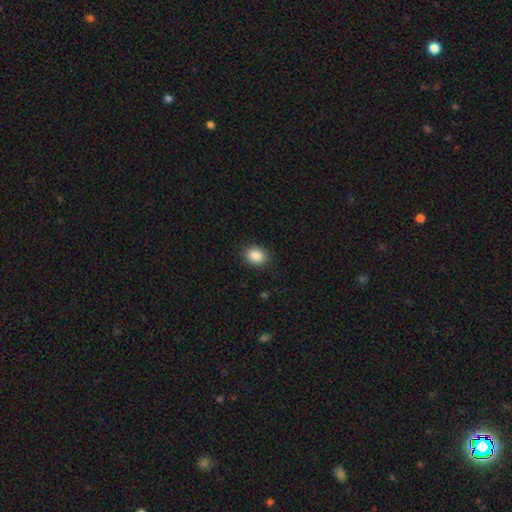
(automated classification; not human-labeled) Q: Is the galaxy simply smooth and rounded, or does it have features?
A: smooth — 87%.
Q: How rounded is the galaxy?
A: in between — 51%.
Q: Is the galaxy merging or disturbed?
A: none — 88%.